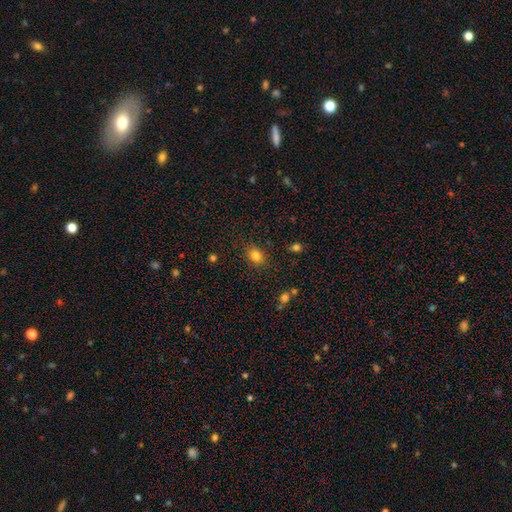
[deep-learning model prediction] Smooth or featured? Predicted: smooth (p=0.82). How rounded? Predicted: in between (p=0.52). Merging? Predicted: none (p=0.84).